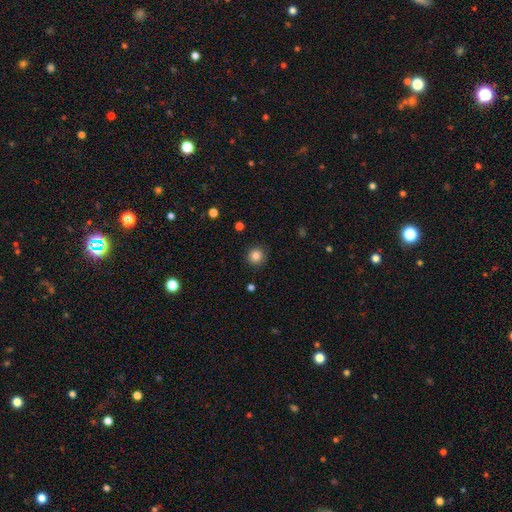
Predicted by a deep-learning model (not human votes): Smooth or featured: smooth — 84% (star or artifact — 11%)
How rounded: round — 94% (in between — 5%)
Merging: none — 90% (minor disturbance — 7%)